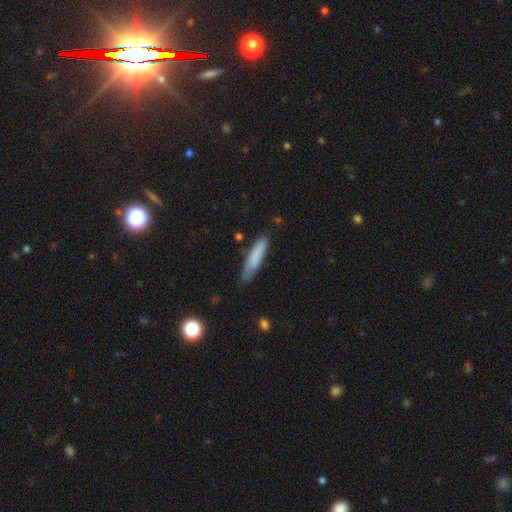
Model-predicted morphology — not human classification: smooth 80%, featured or disk 14%, star or artifact 6%. Down the decision tree: how rounded — cigar-shaped (81%); merging — none (66%).